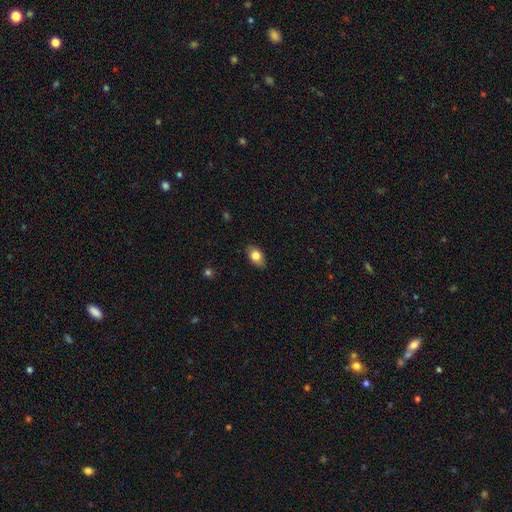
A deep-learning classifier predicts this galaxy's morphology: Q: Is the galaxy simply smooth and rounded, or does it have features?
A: smooth — 81%.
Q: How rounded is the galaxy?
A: in between — 86%.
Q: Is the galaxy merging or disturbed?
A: none — 85%.